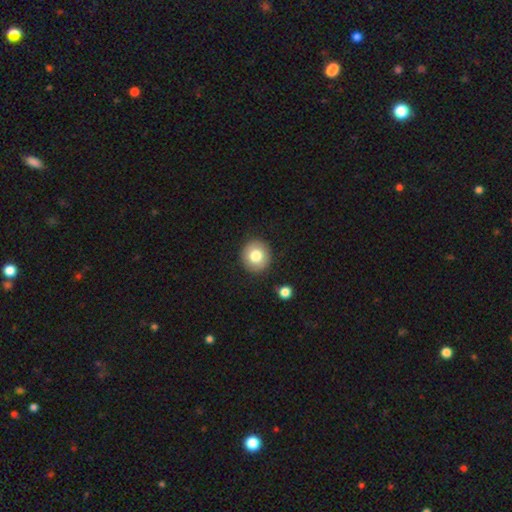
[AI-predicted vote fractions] Overall: smooth (79%). How rounded: round (91%). Merging: none (89%).